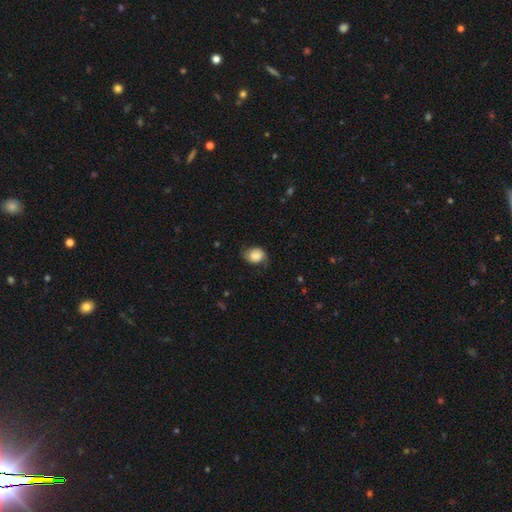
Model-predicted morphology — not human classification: This is likely a smooth galaxy (70%). How rounded: possibly in between (52%). Merging: possibly none (56%).